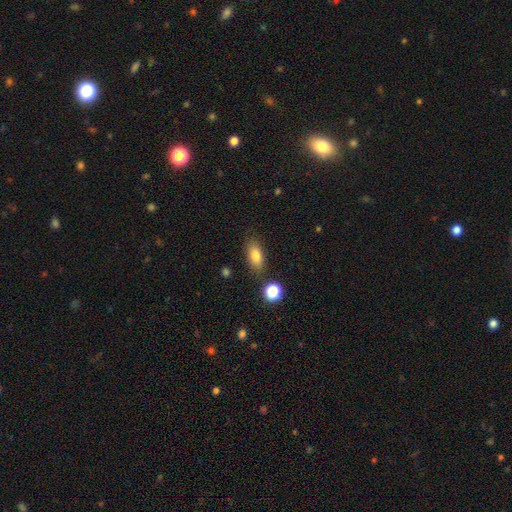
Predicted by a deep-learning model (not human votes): Q: Smooth or featured?
A: smooth (81%); runner-up: featured or disk (10%)
Q: How rounded?
A: in between (81%); runner-up: cigar-shaped (12%)
Q: Merging?
A: none (81%); runner-up: minor disturbance (12%)